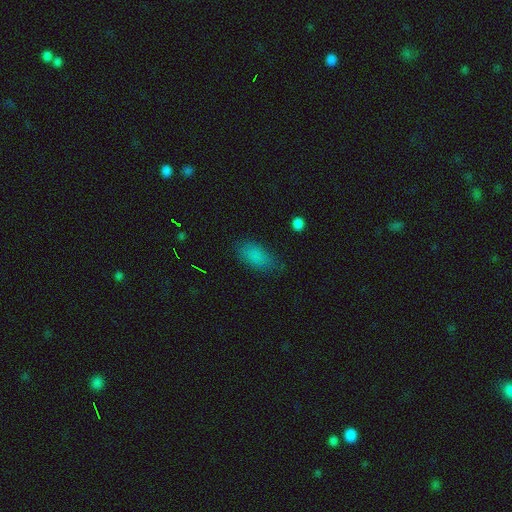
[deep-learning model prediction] Overall: smooth (83%). How rounded: in between (90%). Merging: none (72%).